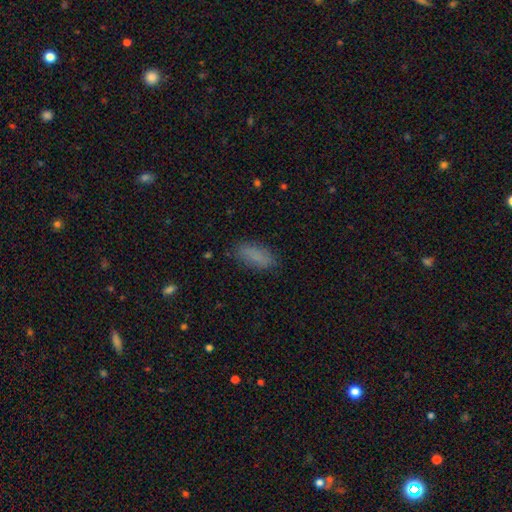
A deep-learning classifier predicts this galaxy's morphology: Smooth or featured? smooth (83%)
How rounded? in between (75%)
Merging? none (81%)